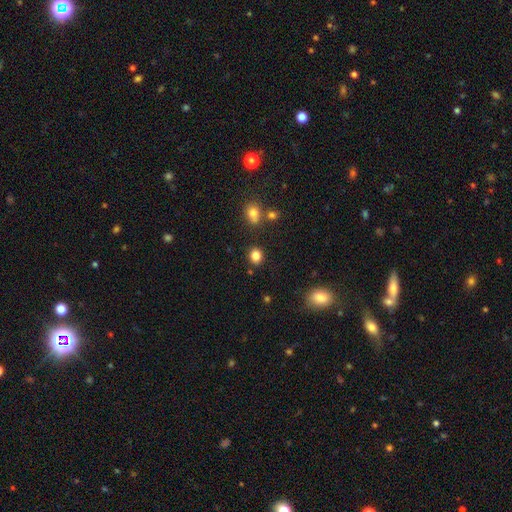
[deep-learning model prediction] smooth_or_featured: smooth (p=0.84) [alt: star or artifact p=0.12]
how_rounded: round (p=0.73) [alt: in between p=0.26]
merging: none (p=0.84) [alt: minor disturbance p=0.09]